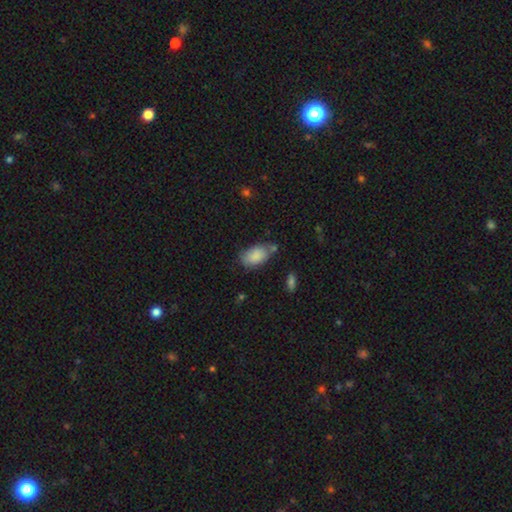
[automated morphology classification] Overall: smooth (85%). How rounded: in between (93%). Merging: none (57%; minor disturbance 26%).